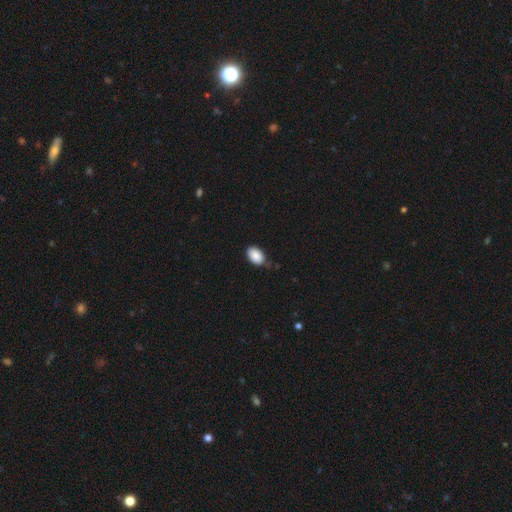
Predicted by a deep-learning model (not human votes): Overall: smooth (89%). How rounded: in between (91%). Merging: none (74%).